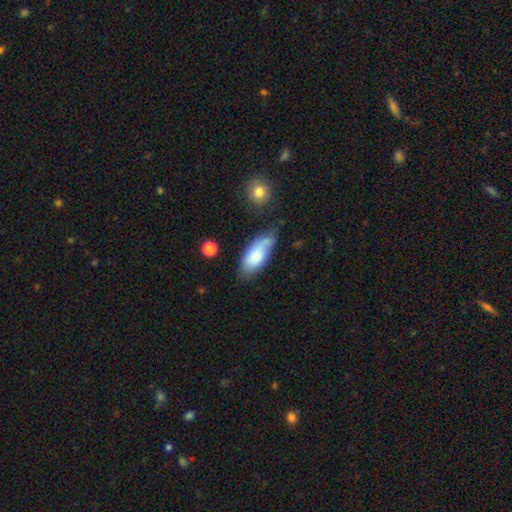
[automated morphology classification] Q: Smooth or featured?
A: smooth (74%); runner-up: featured or disk (19%)
Q: How rounded?
A: in between (87%); runner-up: cigar-shaped (11%)
Q: Merging?
A: none (49%); runner-up: minor disturbance (32%)